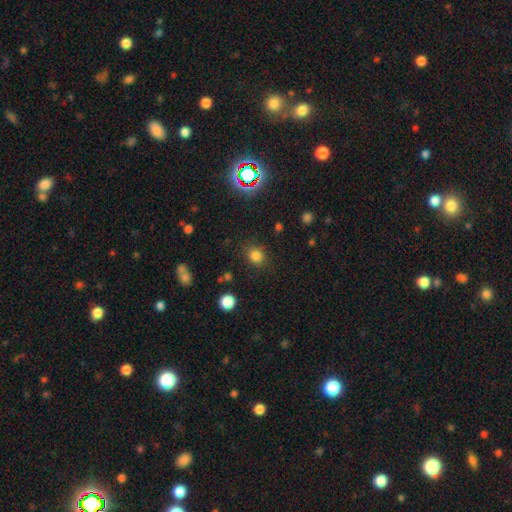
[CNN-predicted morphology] This is likely a smooth galaxy (79%). How rounded: likely round (77%). Merging: clearly none (84%).